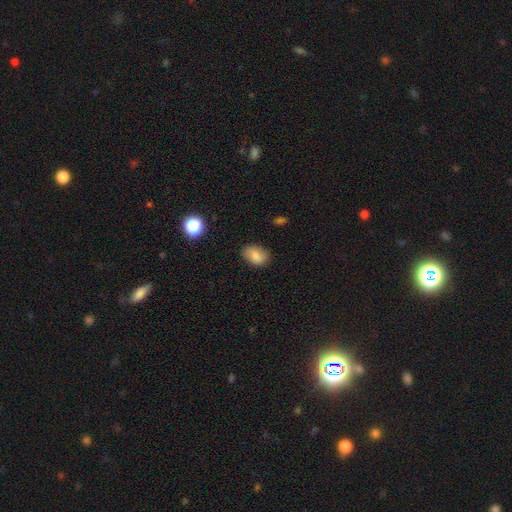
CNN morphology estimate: This appears to be a smooth galaxy with no disk features (83%) that is in between round and cigar-shaped (82%). Merging: none (80%).